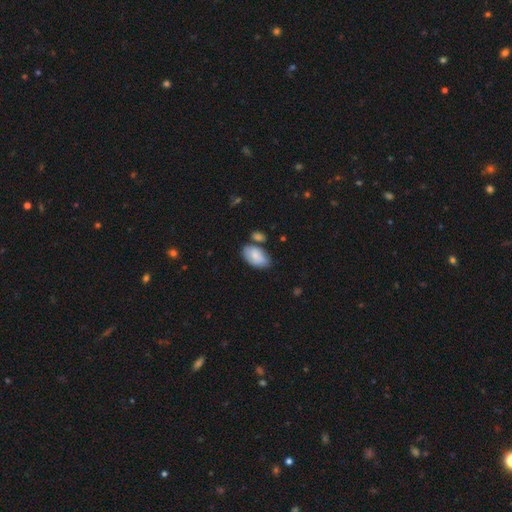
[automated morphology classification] smooth-or-featured: smooth: 79% | featured or disk: 14% | star or artifact: 6%
  how-rounded: in between: 93% | round: 5% | cigar-shaped: 2%
  merging: none: 56% | minor disturbance: 22% | merger: 17% | major disturbance: 5%